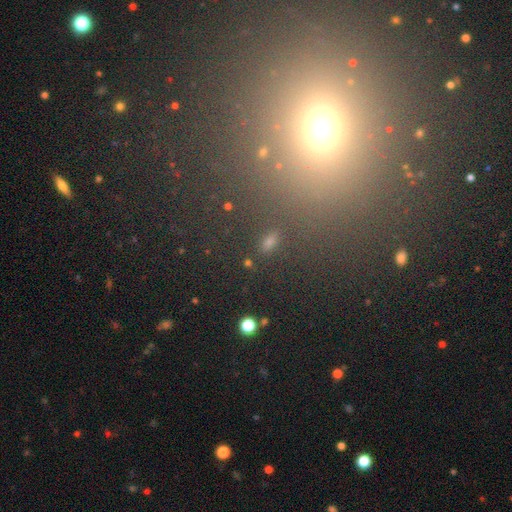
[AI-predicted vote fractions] Smooth or featured? Predicted: star or artifact (p=0.47).